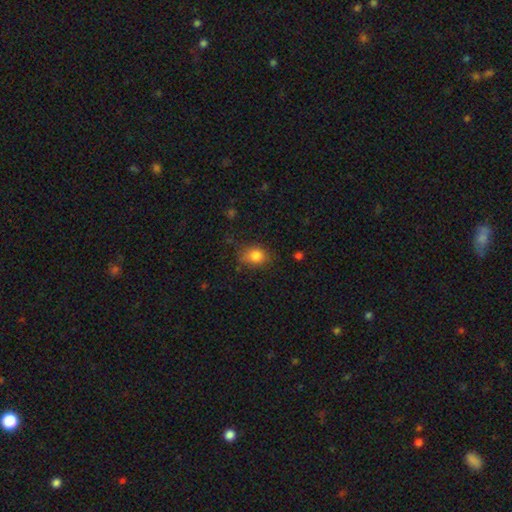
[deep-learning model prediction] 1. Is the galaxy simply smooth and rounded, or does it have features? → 83% smooth, 10% star or artifact, 7% featured or disk.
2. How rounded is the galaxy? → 50% round, 49% in between, 1% cigar-shaped.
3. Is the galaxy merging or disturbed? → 71% none, 22% minor disturbance, 6% major disturbance, 2% merger.